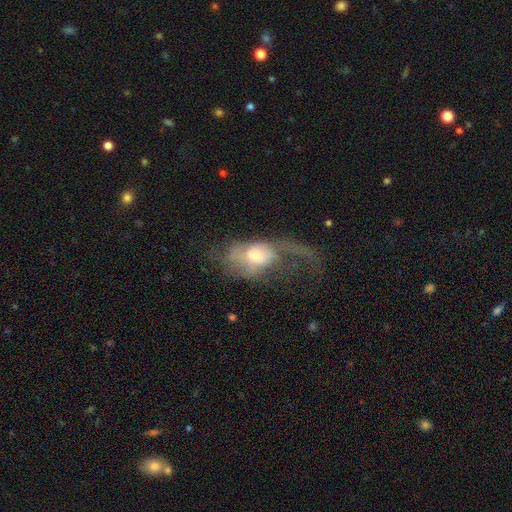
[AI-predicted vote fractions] Overall: smooth (48%; featured or disk 44%). Merging: major disturbance (68%).